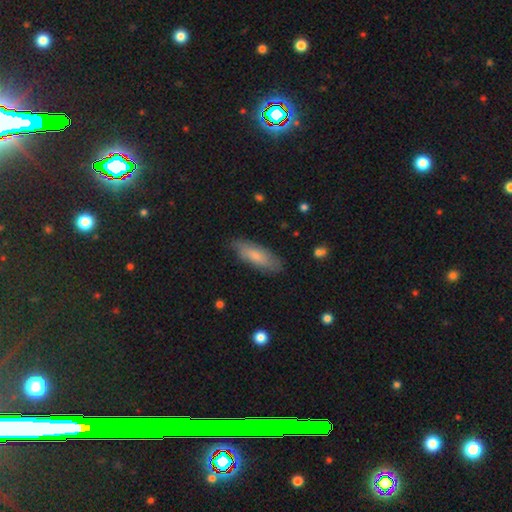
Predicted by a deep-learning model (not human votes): A smooth galaxy with no disk features (75%) that is in between round and cigar-shaped (57%). Merging: none (83%).